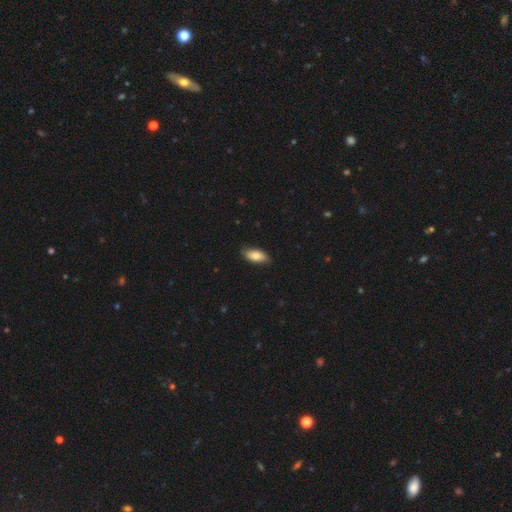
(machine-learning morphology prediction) This is likely a smooth galaxy (77%). How rounded: clearly in between (88%). Merging: clearly none (82%).